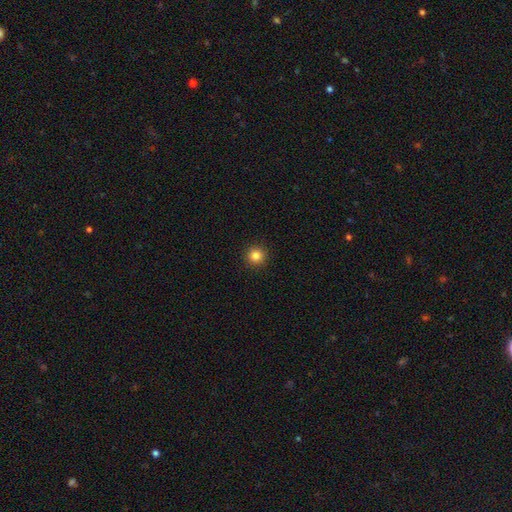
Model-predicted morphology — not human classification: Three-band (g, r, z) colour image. It shows a smooth galaxy with no disk features (84%) that is round (95%). Merging: none (92%).